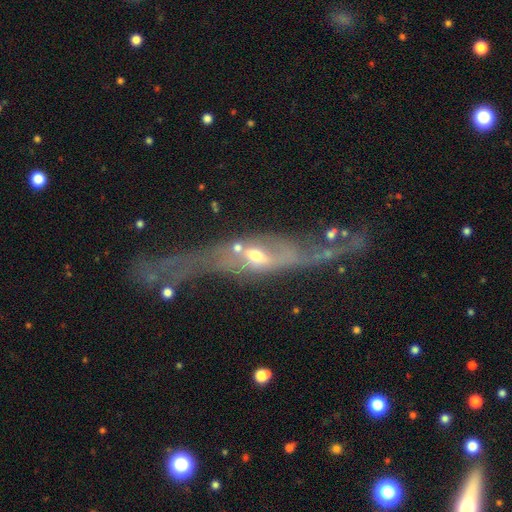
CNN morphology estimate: smooth_or_featured: featured or disk (p=0.76) [alt: smooth p=0.16]
disk_edge_on: no (p=0.65) [alt: yes p=0.35]
merging: none (p=0.37) [alt: major disturbance p=0.29]